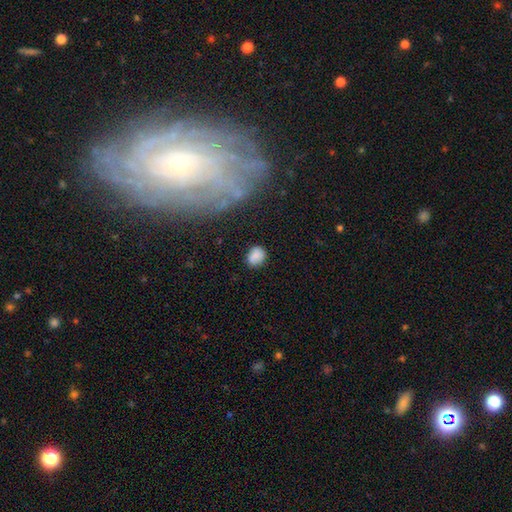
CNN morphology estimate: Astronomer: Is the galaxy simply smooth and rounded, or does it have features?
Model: smooth — 83%.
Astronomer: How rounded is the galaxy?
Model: round — 57% (runner-up: in between, 42%).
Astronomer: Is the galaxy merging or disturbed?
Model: none — 74%.